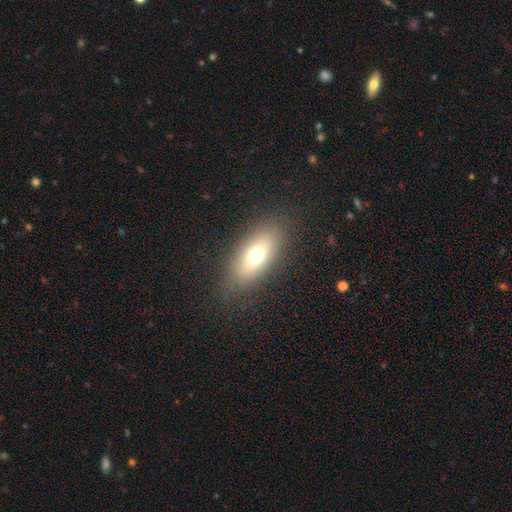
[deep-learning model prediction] Overall: smooth (69%). How rounded: in between (81%). Merging: none (82%).